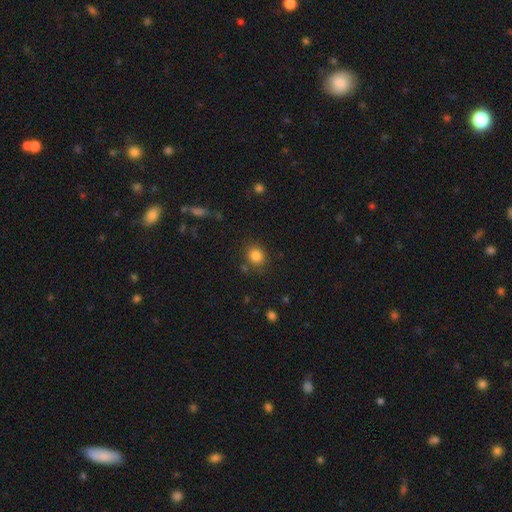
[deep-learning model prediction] The model was most divided on "how rounded": round: 74%, in between: 25%, cigar-shaped: 1%. More confident: smooth or featured — smooth (84%); merging — none (81%).